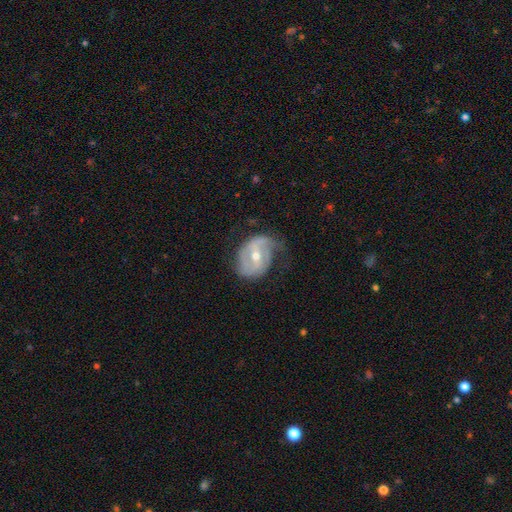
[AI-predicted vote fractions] smooth_or_featured: featured or disk (p=0.82) [alt: smooth p=0.12]
disk_edge_on: no (p=0.96) [alt: yes p=0.04]
bar: weak (p=0.43) [alt: strong p=0.37]
has_spiral_arms: yes (p=0.89) [alt: no p=0.11]
spiral_winding: medium (p=0.40) [alt: loose p=0.32]
spiral_arm_count: 2 (p=0.63) [alt: 1 p=0.18]
bulge_size: moderate (p=0.55) [alt: small p=0.42]
merging: none (p=0.51) [alt: minor disturbance p=0.28]